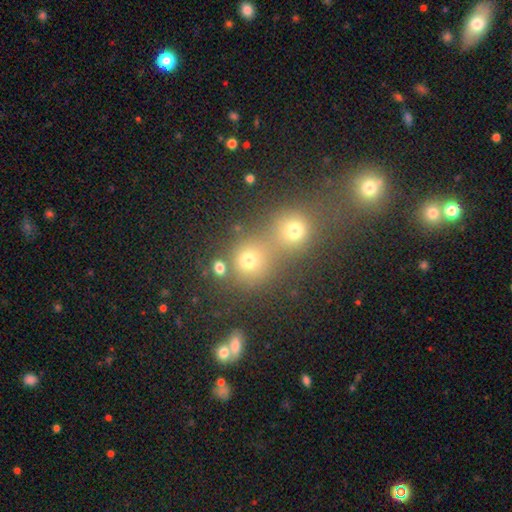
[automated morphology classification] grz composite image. It shows a smooth galaxy with no disk features (48%). Merging: none (48%).